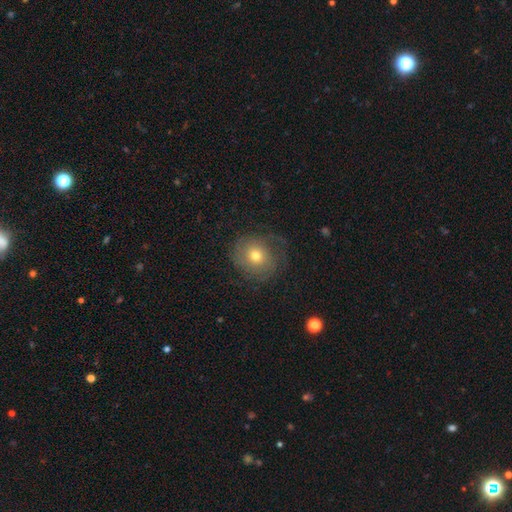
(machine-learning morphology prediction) smooth 45%, featured or disk 44%, star or artifact 11%. Down the decision tree: merging — none (66%).